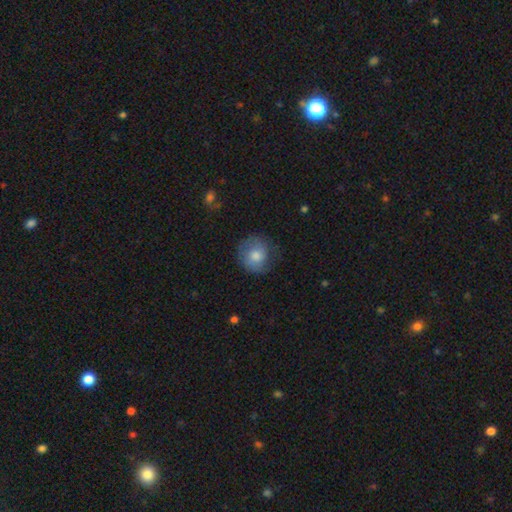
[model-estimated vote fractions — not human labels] The model was most divided on "smooth or featured": smooth: 61%, featured or disk: 31%, star or artifact: 8%. More confident: how rounded — round (87%); merging — none (73%).